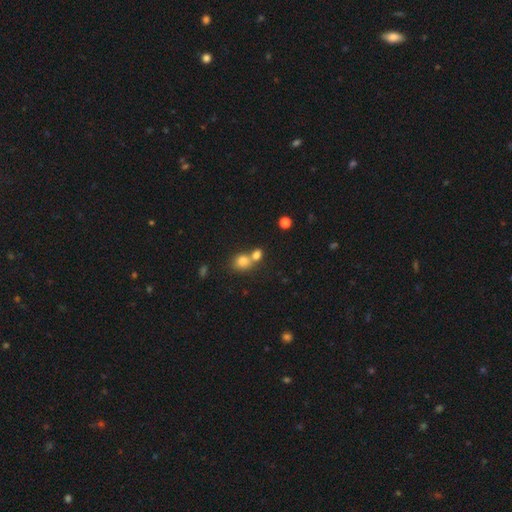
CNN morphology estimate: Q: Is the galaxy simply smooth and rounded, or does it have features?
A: smooth — 77%.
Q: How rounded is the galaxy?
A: round — 68%.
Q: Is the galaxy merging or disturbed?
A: merger — 50%.